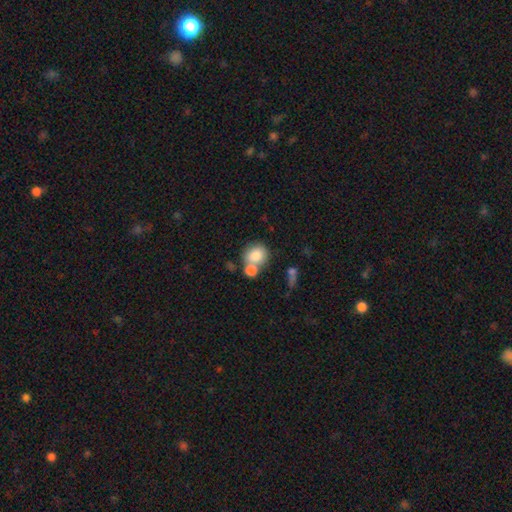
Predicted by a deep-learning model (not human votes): A smooth galaxy with no disk features (81%) that is round (77%).

Vote fractions:
- Smooth or featured? smooth: 81% / featured or disk: 10% / star or artifact: 9%
- How rounded? round: 77% / in between: 22% / cigar-shaped: 1%
- Merging? none: 48% / merger: 36% / minor disturbance: 11% / major disturbance: 5%